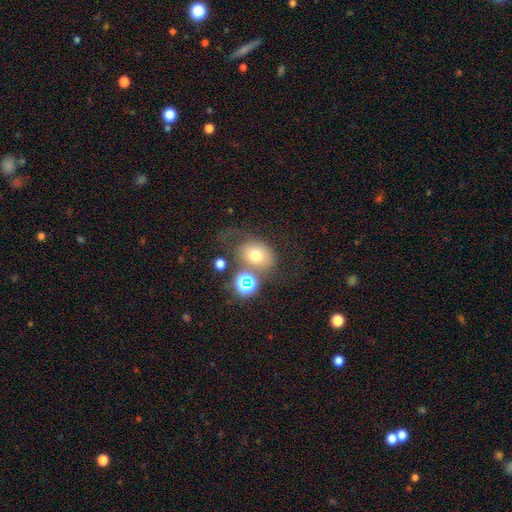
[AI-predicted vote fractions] Smooth or featured?
  - smooth: 63% *
  - featured or disk: 20%
  - star or artifact: 17%
How rounded?
  - in between: 55% *
  - round: 44%
  - cigar-shaped: 1%
Merging?
  - none: 44% *
  - major disturbance: 21%
  - minor disturbance: 20%
  - merger: 15%